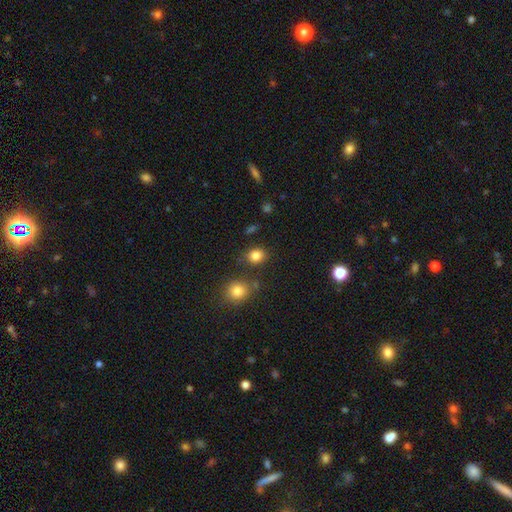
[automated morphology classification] This appears to be a smooth galaxy with no disk features (83%) that is round (59%). Merging: none (77%).